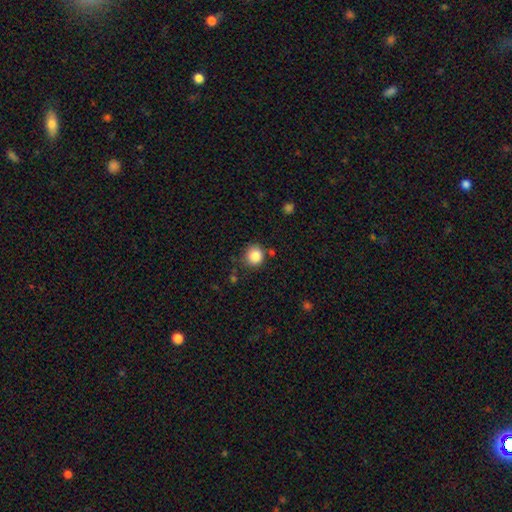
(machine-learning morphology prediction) Smooth or featured?
  - smooth: 86% *
  - star or artifact: 10%
  - featured or disk: 4%
How rounded?
  - round: 89% *
  - in between: 10%
  - cigar-shaped: 1%
Merging?
  - none: 80% *
  - minor disturbance: 13%
  - merger: 4%
  - major disturbance: 4%